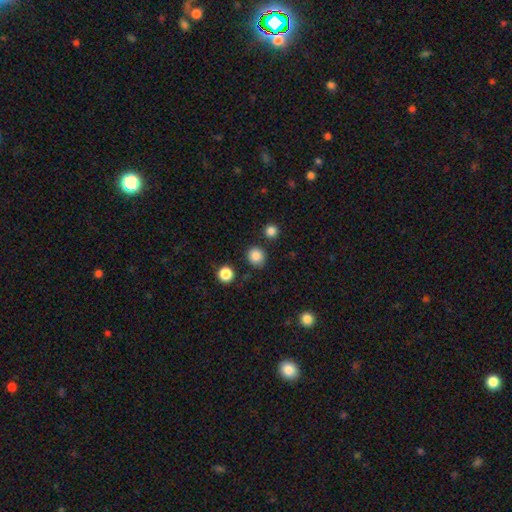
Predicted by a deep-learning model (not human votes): Overall: smooth (85%). How rounded: round (90%). Merging: none (84%).